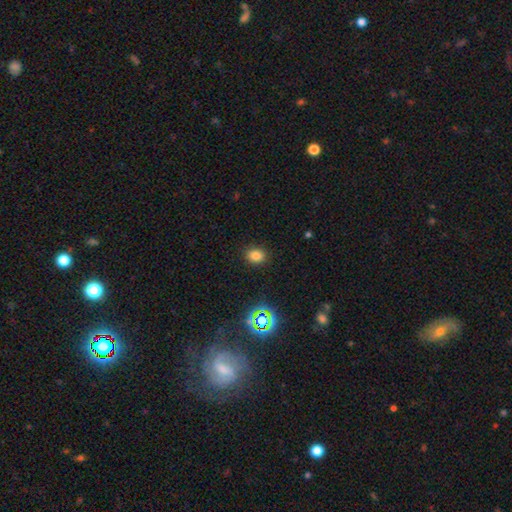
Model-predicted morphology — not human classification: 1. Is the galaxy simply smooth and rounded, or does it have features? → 78% smooth, 16% star or artifact, 6% featured or disk.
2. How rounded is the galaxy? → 52% in between, 47% round, 1% cigar-shaped.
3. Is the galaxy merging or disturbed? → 88% none, 8% minor disturbance, 3% major disturbance, 1% merger.